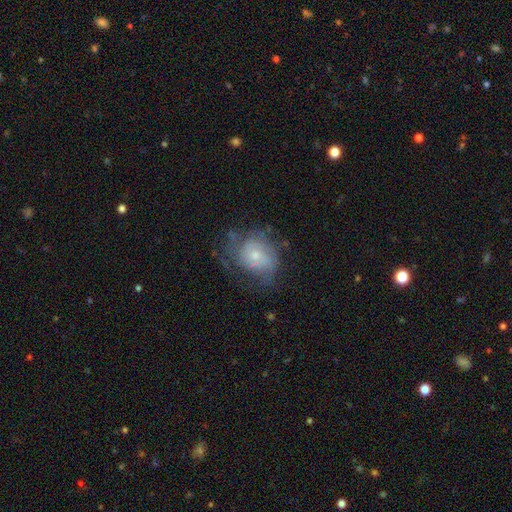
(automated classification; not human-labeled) smooth-or-featured: featured or disk: 57% | smooth: 34% | star or artifact: 9%
  disk-edge-on: no: 97% | yes: 3%
    bar: no: 76% | weak: 21% | strong: 3%
    has-spiral-arms: yes: 72% | no: 28%
    bulge-size: small: 50% | moderate: 43% | large: 3% | none: 3% | dominant: 1%
  merging: none: 49% | minor disturbance: 27% | major disturbance: 21% | merger: 2%